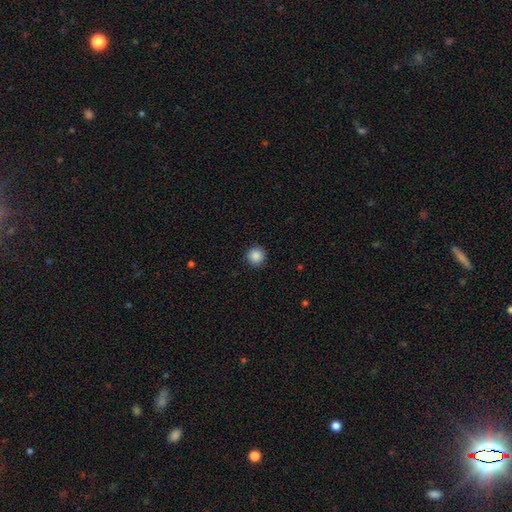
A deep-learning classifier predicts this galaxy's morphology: type=smooth (88%); roundness=round (96%); merging=none (92%).